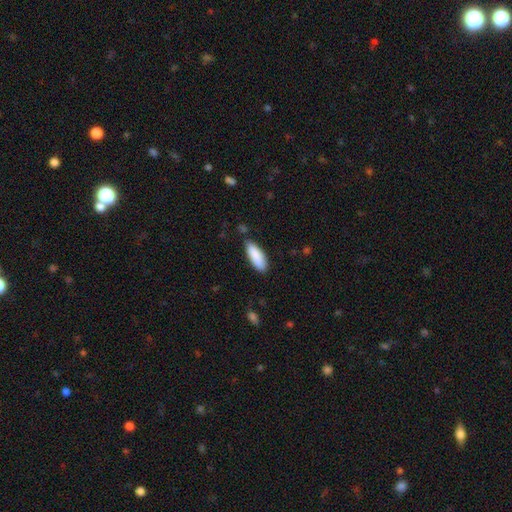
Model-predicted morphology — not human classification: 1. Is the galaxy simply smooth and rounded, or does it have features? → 88% smooth, 6% featured or disk, 6% star or artifact.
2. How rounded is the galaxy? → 63% in between, 36% cigar-shaped, 2% round.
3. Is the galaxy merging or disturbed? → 81% none, 14% minor disturbance, 3% major disturbance, 2% merger.